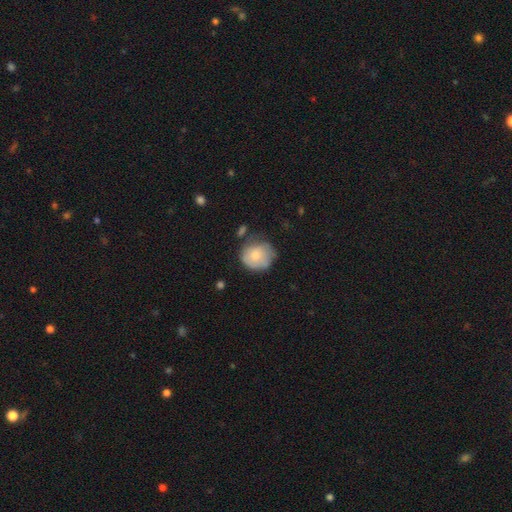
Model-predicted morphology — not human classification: smooth-or-featured: smooth: 75% | featured or disk: 18% | star or artifact: 7%
  how-rounded: round: 82% | in between: 17% | cigar-shaped: 1%
  merging: none: 56% | minor disturbance: 30% | major disturbance: 9% | merger: 5%